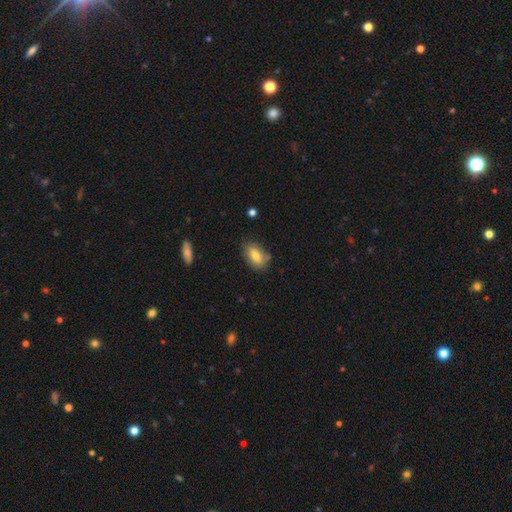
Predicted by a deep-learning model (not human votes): Smooth or featured?
  - smooth: 72% *
  - featured or disk: 21%
  - star or artifact: 8%
How rounded?
  - in between: 86% *
  - round: 10%
  - cigar-shaped: 4%
Merging?
  - none: 69% *
  - minor disturbance: 24%
  - major disturbance: 5%
  - merger: 3%